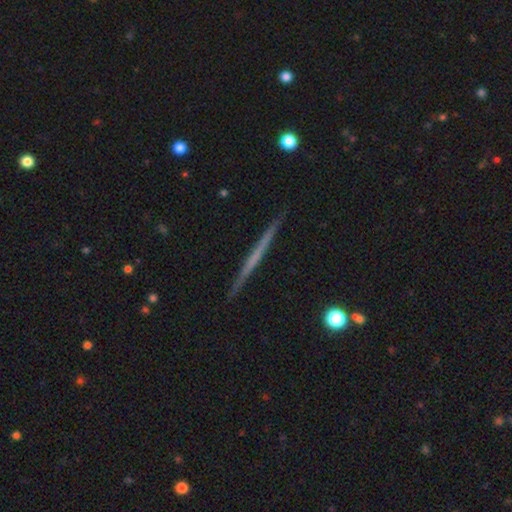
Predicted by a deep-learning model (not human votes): The model was most divided on "smooth or featured": featured or disk: 61%, smooth: 32%, star or artifact: 6%. More confident: edge-on disk — yes (98%); merging — none (92%); edge-on bulge — none (89%).